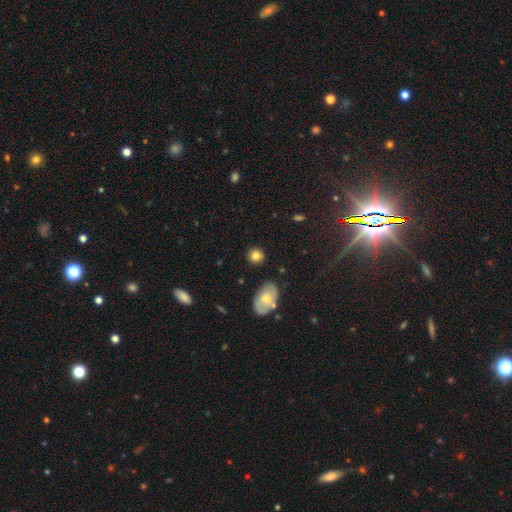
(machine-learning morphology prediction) Smooth or featured?
  - smooth: 81% *
  - star or artifact: 10%
  - featured or disk: 9%
How rounded?
  - round: 85% *
  - in between: 14%
  - cigar-shaped: 1%
Merging?
  - none: 85% *
  - minor disturbance: 10%
  - merger: 3%
  - major disturbance: 3%